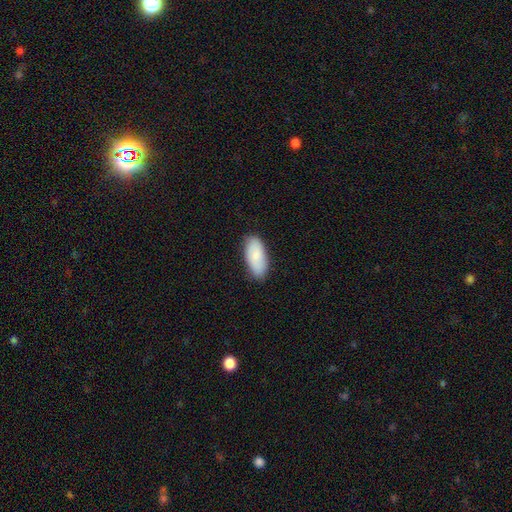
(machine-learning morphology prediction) The model was most divided on "merging": none: 84%, minor disturbance: 13%, major disturbance: 2%, merger: 1%. More confident: how rounded — in between (89%); smooth or featured — smooth (84%).